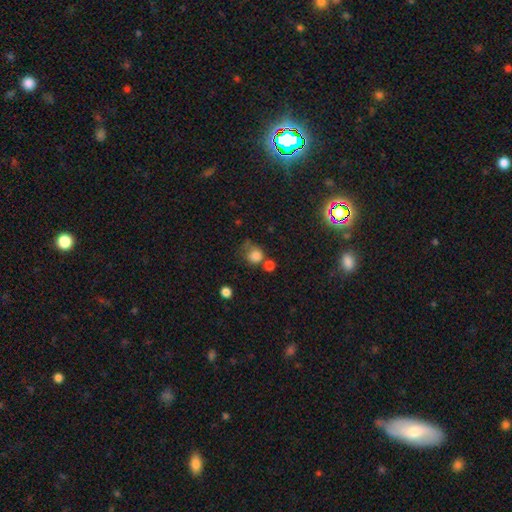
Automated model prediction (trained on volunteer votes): Smooth or featured? smooth (79%)
How rounded? round (82%)
Merging? none (45%)